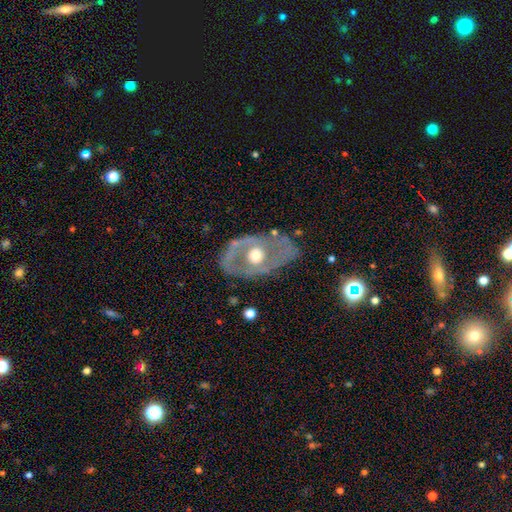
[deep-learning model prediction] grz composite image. It shows a featured or disk galaxy (71%) with no bar (85%), no spiral arms (71%) and a moderate central bulge (72%). Merging: none (70%).